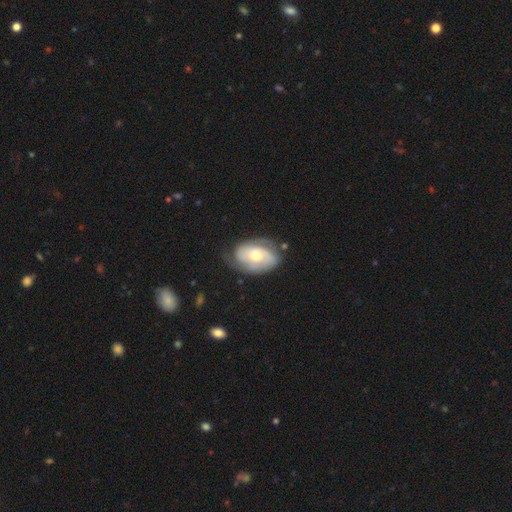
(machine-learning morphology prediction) A featured or disk galaxy (72%) with no bar (70%), 2 (57%) tight (53%) spiral arms (86%) and a moderate central bulge (62%). Merging: none (62%).